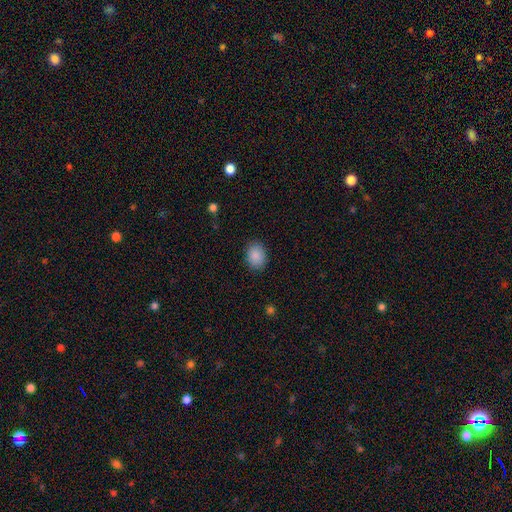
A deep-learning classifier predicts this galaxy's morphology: Overall: smooth (89%). How rounded: in between (61%; round 38%). Merging: none (87%).